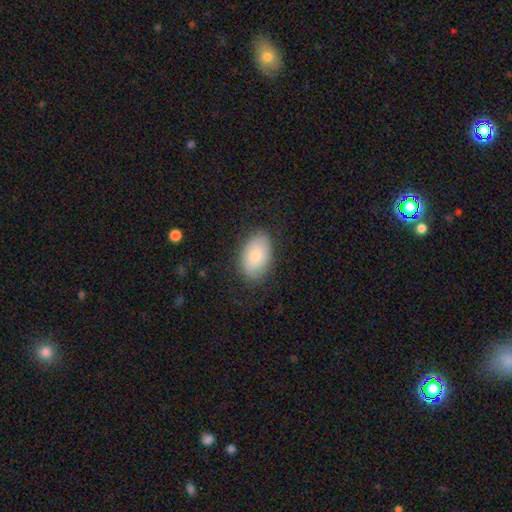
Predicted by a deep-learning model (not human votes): A smooth galaxy with no disk features (80%) that is in between round and cigar-shaped (91%).

Vote fractions:
- Smooth or featured? smooth: 80% / featured or disk: 14% / star or artifact: 6%
- How rounded? in between: 91% / round: 8% / cigar-shaped: 1%
- Merging? none: 81% / minor disturbance: 15% / major disturbance: 4% / merger: 1%